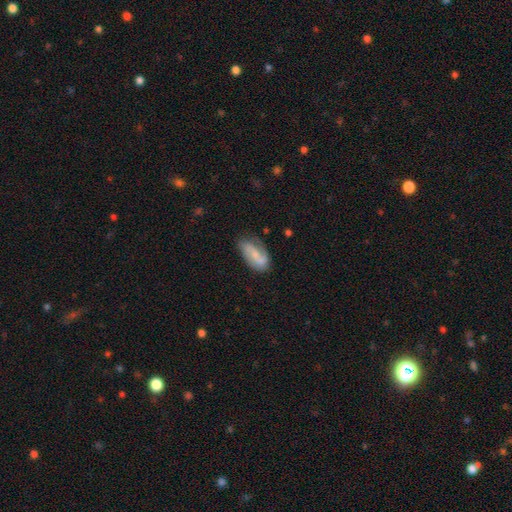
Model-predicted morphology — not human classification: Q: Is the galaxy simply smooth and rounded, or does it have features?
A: featured or disk — 51%.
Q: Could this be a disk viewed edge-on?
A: no — 94%.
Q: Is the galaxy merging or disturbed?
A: none — 60%.